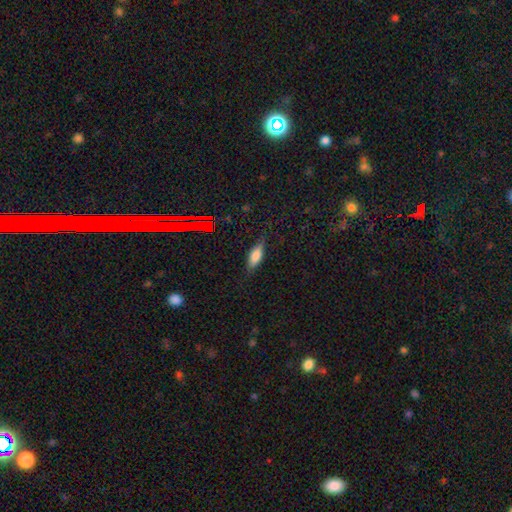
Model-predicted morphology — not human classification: This appears to be a smooth galaxy with no disk features (68%) that is in between round and cigar-shaped (62%). Merging: none (77%).